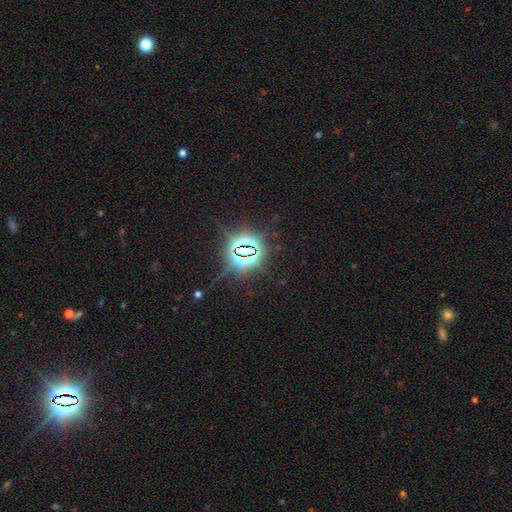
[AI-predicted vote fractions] Smooth or featured?
  - star or artifact: 85% *
  - smooth: 7%
  - featured or disk: 7%